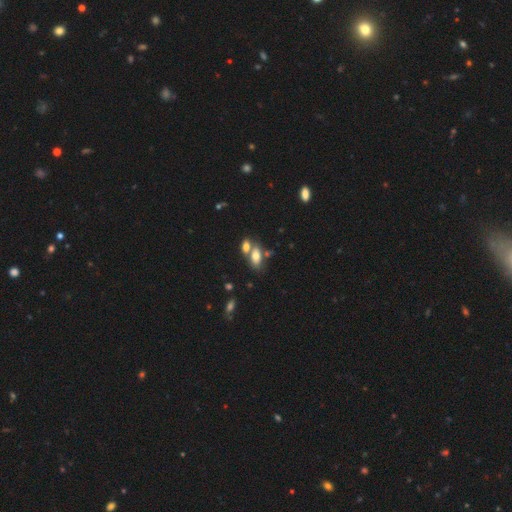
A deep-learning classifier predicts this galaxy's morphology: Smooth or featured?
  - smooth: 72% *
  - featured or disk: 19%
  - star or artifact: 9%
How rounded?
  - in between: 87% *
  - cigar-shaped: 7%
  - round: 6%
Merging?
  - merger: 49% *
  - none: 37%
  - minor disturbance: 10%
  - major disturbance: 4%